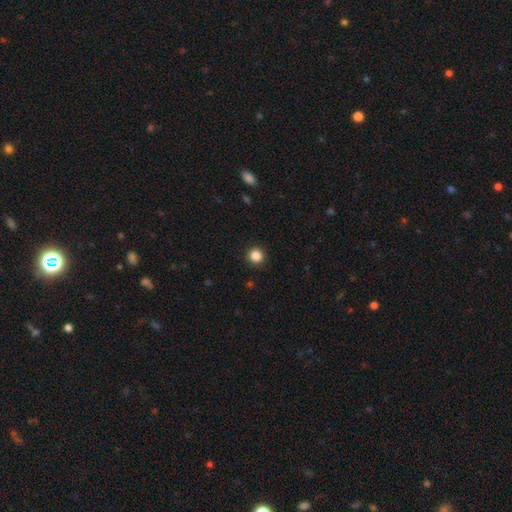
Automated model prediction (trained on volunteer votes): Q: Smooth or featured?
A: smooth (86%); runner-up: star or artifact (11%)
Q: How rounded?
A: round (93%); runner-up: in between (6%)
Q: Merging?
A: none (92%); runner-up: minor disturbance (6%)